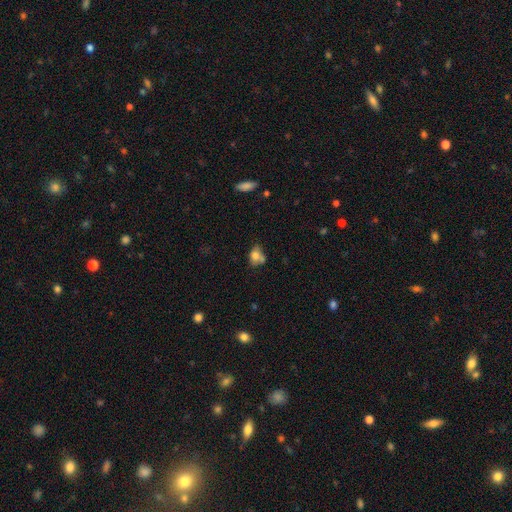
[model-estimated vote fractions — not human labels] A smooth galaxy with no disk features (74%) that is in between round and cigar-shaped (58%).

Vote fractions:
- Smooth or featured? smooth: 74% / featured or disk: 16% / star or artifact: 11%
- How rounded? in between: 58% / round: 41% / cigar-shaped: 1%
- Merging? none: 41% / merger: 28% / minor disturbance: 23% / major disturbance: 9%